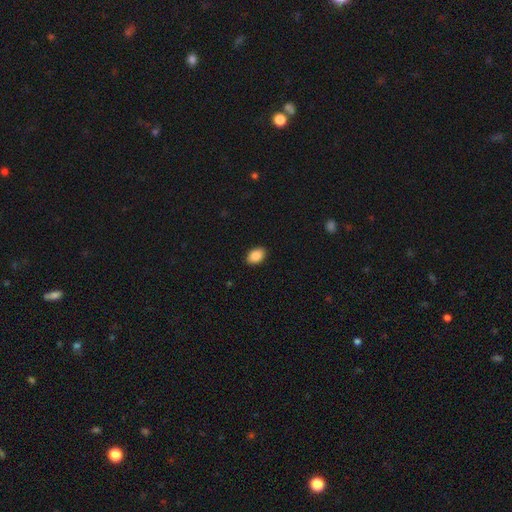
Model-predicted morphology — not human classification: This is clearly a smooth galaxy (88%). How rounded: clearly in between (85%). Merging: clearly none (90%).